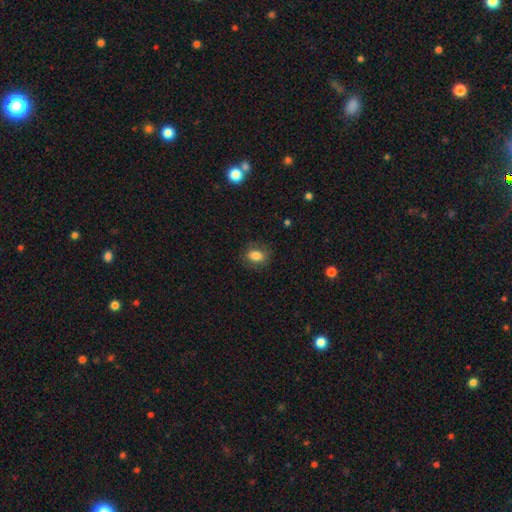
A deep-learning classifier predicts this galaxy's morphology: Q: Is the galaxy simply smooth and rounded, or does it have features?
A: smooth — 79%.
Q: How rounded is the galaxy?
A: in between — 62%.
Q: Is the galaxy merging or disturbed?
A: none — 80%.